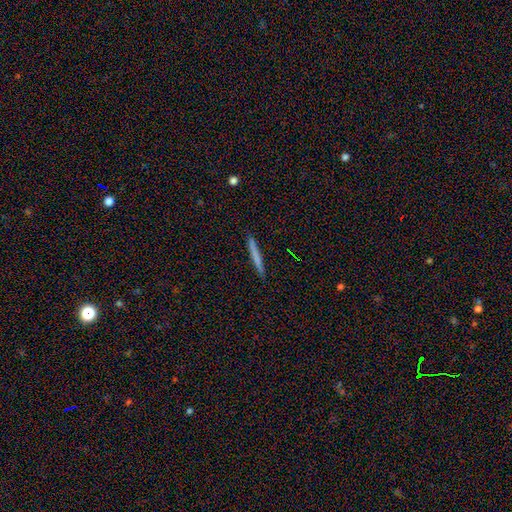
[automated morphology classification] The model was most divided on "smooth or featured": smooth: 68%, featured or disk: 25%, star or artifact: 6%. More confident: how rounded — cigar-shaped (96%); merging — none (91%).